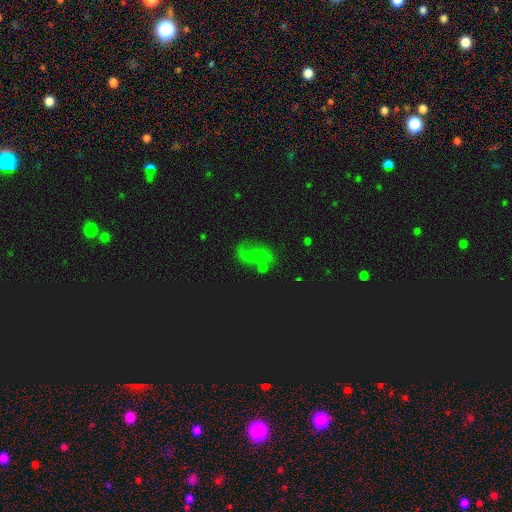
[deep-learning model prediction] smooth-or-featured: featured or disk: 51% | smooth: 27% | star or artifact: 22%
  disk-edge-on: no: 95% | yes: 5%
  merging: none: 53% | minor disturbance: 21% | major disturbance: 16% | merger: 11%